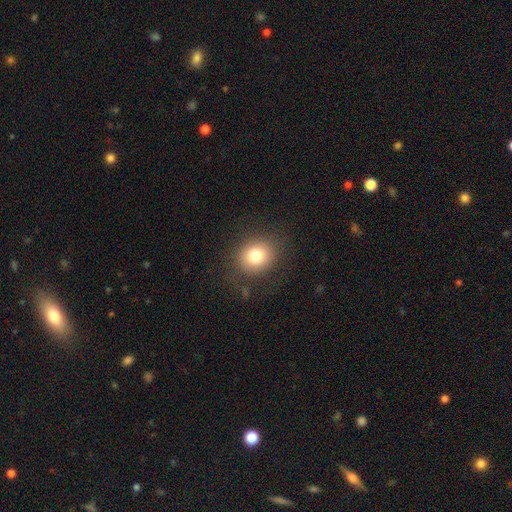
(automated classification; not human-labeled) Overall: smooth (78%). How rounded: round (71%). Merging: none (84%).